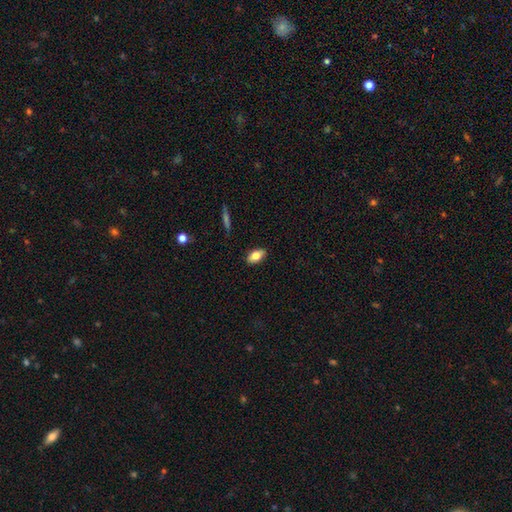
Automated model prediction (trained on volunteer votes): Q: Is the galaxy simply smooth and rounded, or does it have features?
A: smooth — 77%.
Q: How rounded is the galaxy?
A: in between — 90%.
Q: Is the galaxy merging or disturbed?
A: none — 88%.